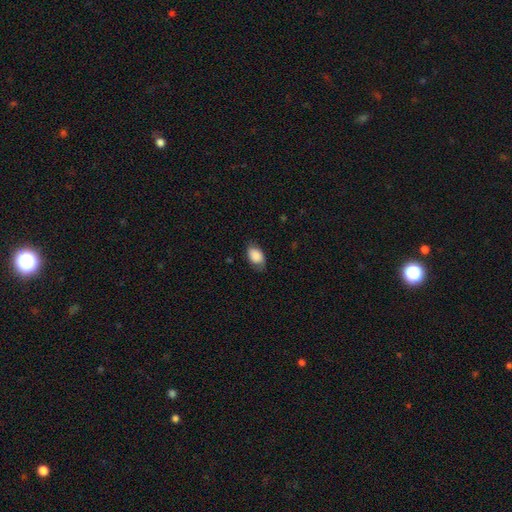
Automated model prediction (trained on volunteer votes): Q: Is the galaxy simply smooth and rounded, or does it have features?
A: smooth — 83%.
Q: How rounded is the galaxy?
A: in between — 88%.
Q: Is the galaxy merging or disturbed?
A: none — 71%.